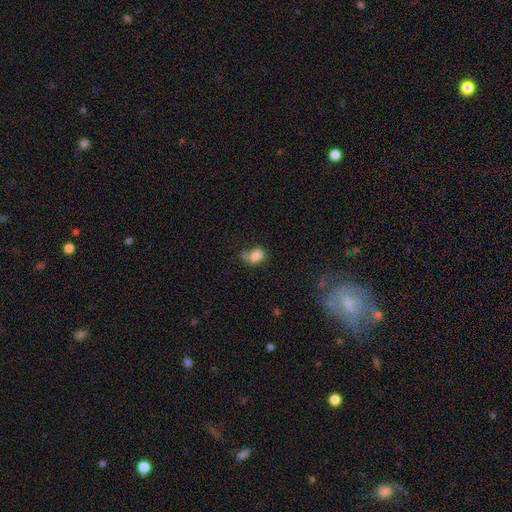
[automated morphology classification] A smooth galaxy with no disk features (81%) that is in between round and cigar-shaped (67%). Merging: none (36%).